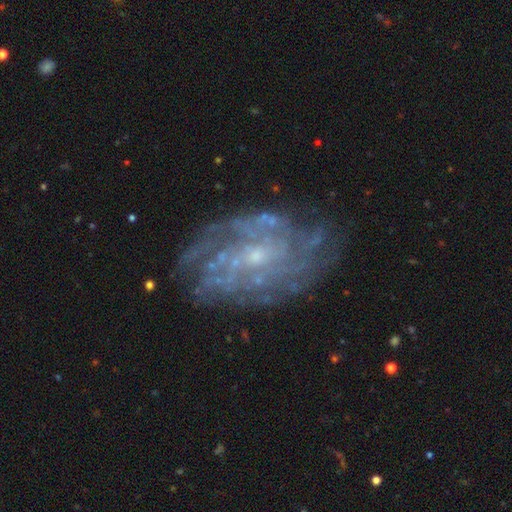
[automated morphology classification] smooth-or-featured: featured or disk: 85% | star or artifact: 8% | smooth: 8%
  disk-edge-on: no: 96% | yes: 4%
    bar: no: 63% | weak: 30% | strong: 7%
    has-spiral-arms: yes: 90% | no: 10%
      spiral-winding: tight: 62% | medium: 28% | loose: 10%
      spiral-arm-count: can't tell: 42% | 4: 16% | more than 4: 15% | 3: 10% | 2: 10% | 1: 7%
    bulge-size: small: 77% | moderate: 17% | none: 4% | large: 1% | dominant: 1%
  merging: none: 75% | minor disturbance: 15% | major disturbance: 7% | merger: 2%